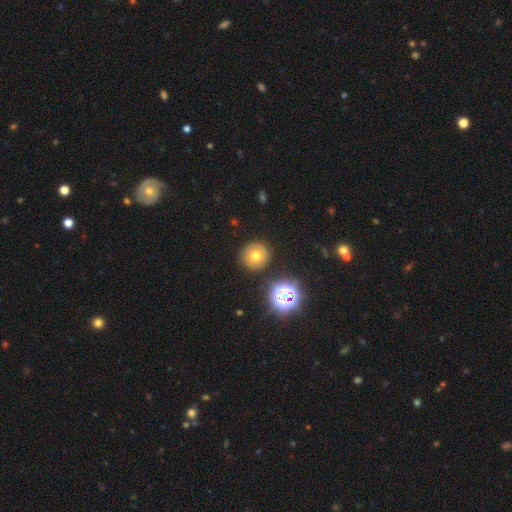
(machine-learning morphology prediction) Smooth or featured? Predicted: smooth (p=0.61). How rounded? Predicted: round (p=0.94). Merging? Predicted: none (p=0.88).